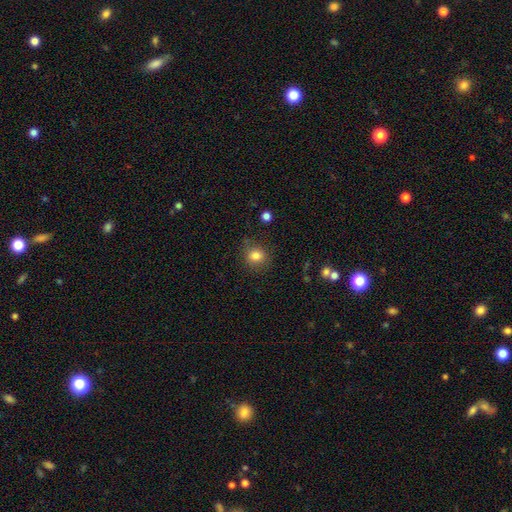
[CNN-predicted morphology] smooth_or_featured: smooth (p=0.83) [alt: star or artifact p=0.11]
how_rounded: round (p=0.81) [alt: in between p=0.18]
merging: none (p=0.81) [alt: minor disturbance p=0.13]